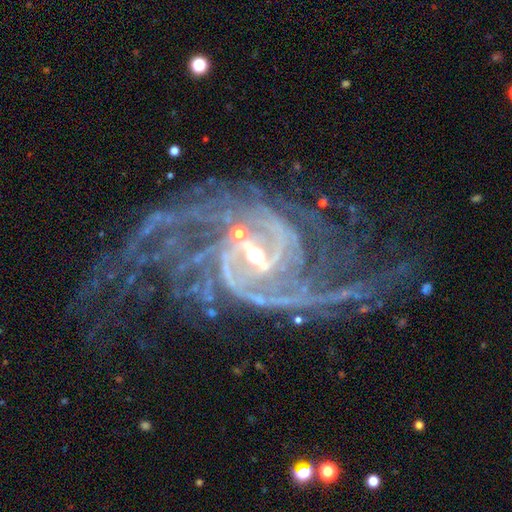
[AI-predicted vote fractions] This is clearly a featured or disk galaxy (92%). It is clearly not viewed edge-on (98%). Bar: possibly strong (51%). Spiral arm pattern: clearly yes (98%). Spiral arm count: marginally 2 (28%). Spiral winding: marginally tight (43%). Central bulge: possibly small (49%). Merging: possibly none (53%).